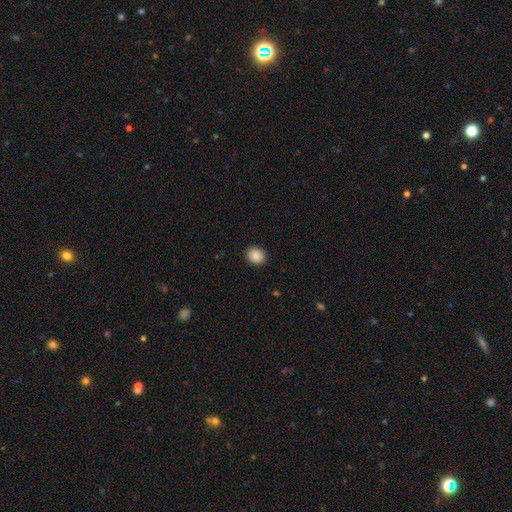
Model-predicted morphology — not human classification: Smooth or featured? smooth (87%)
How rounded? round (65%)
Merging? none (91%)